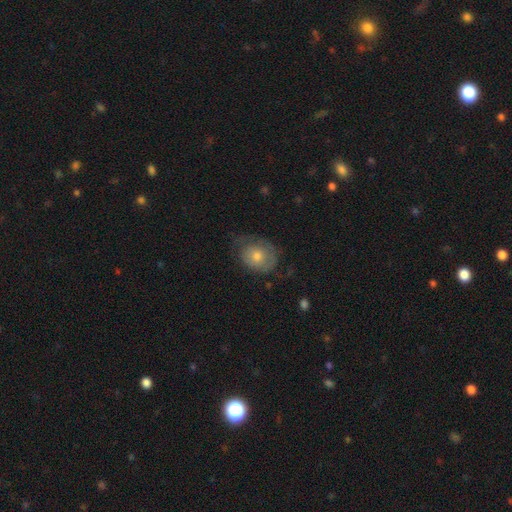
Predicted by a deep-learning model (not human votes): A smooth galaxy with no disk features (52%) that is round (51%).

Vote fractions:
- Smooth or featured? smooth: 52% / featured or disk: 40% / star or artifact: 8%
- How rounded? round: 51% / in between: 48% / cigar-shaped: 1%
- Merging? none: 52% / minor disturbance: 30% / major disturbance: 16% / merger: 1%